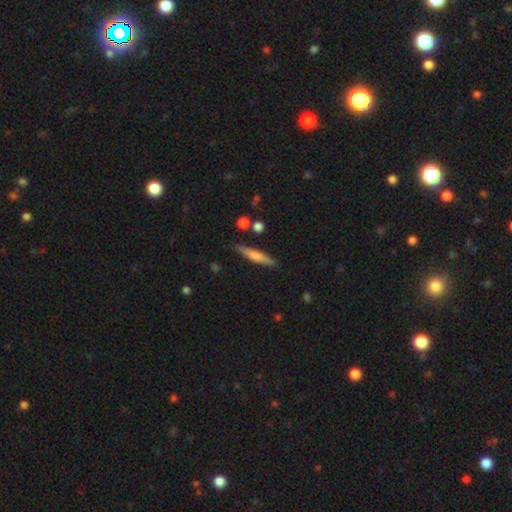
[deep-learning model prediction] Overall: smooth (62%; featured or disk 32%). How rounded: cigar-shaped (90%). Merging: none (84%).